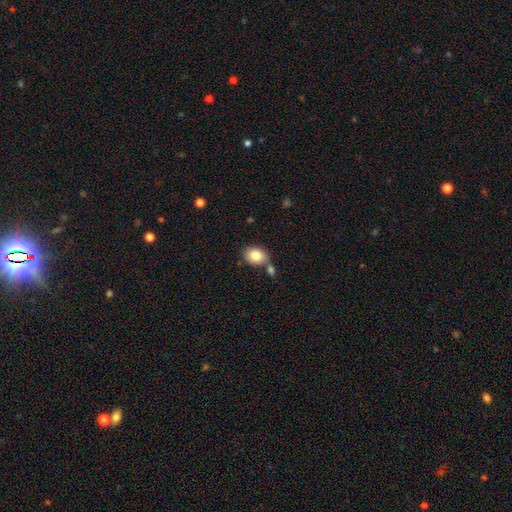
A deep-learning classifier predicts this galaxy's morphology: Smooth or featured? Predicted: smooth (p=0.83). How rounded? Predicted: in between (p=0.62). Merging? Predicted: none (p=0.64).